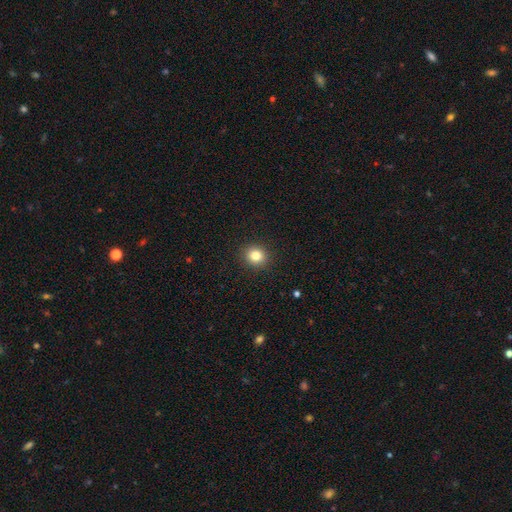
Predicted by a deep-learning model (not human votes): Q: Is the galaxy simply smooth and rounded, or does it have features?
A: smooth — 82%.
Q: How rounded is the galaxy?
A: round — 84%.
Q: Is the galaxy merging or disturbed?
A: none — 91%.